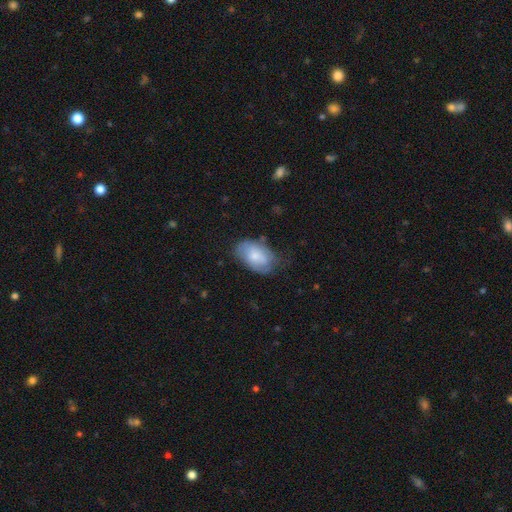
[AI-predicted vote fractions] smooth 70%, featured or disk 24%, star or artifact 6%. Down the decision tree: how rounded — in between (91%); merging — none (55%).